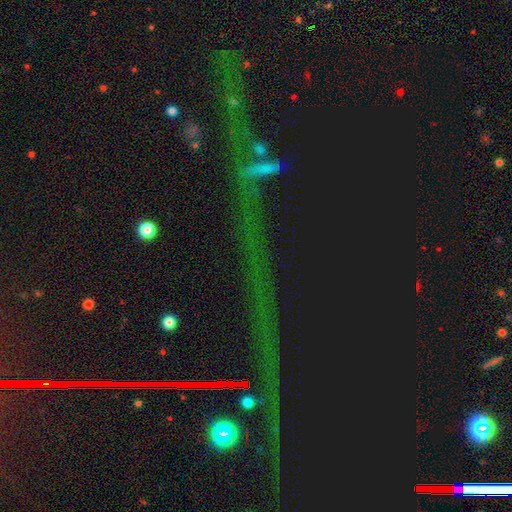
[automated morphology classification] The model was most divided on "smooth or featured": star or artifact: 70%, featured or disk: 16%, smooth: 14%.